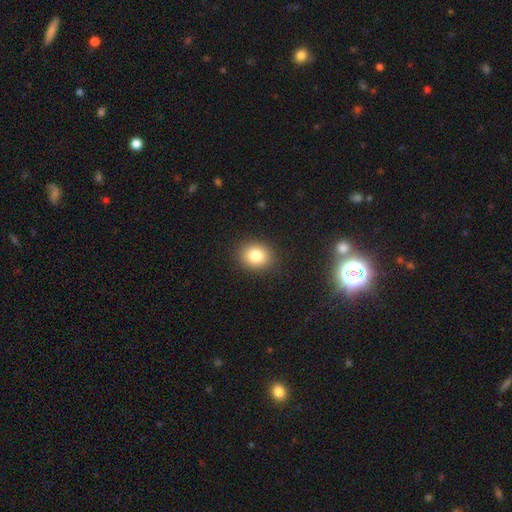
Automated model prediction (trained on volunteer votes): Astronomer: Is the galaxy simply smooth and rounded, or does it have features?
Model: smooth — 82%.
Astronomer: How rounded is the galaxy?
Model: round — 62% (runner-up: in between, 38%).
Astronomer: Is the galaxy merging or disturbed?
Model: none — 90%.